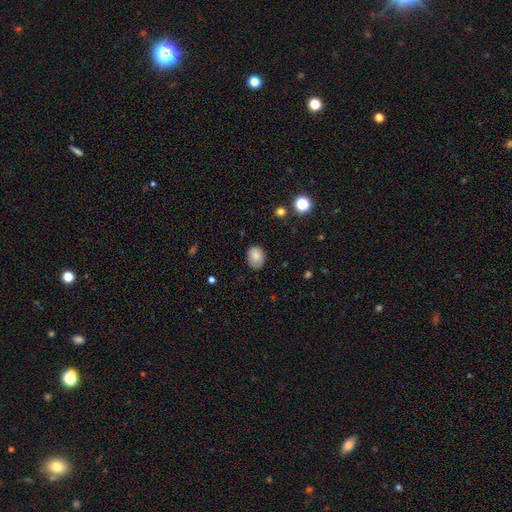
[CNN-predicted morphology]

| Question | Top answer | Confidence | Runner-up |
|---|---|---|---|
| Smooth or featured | smooth | 84% | star or artifact (9%) |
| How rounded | in between | 53% | round (46%) |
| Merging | none | 76% | minor disturbance (19%) |